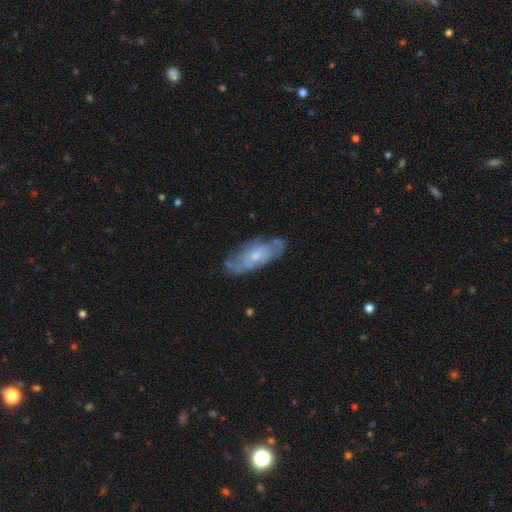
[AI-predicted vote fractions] This appears to be a featured or disk galaxy (59%). Merging: none (66%).